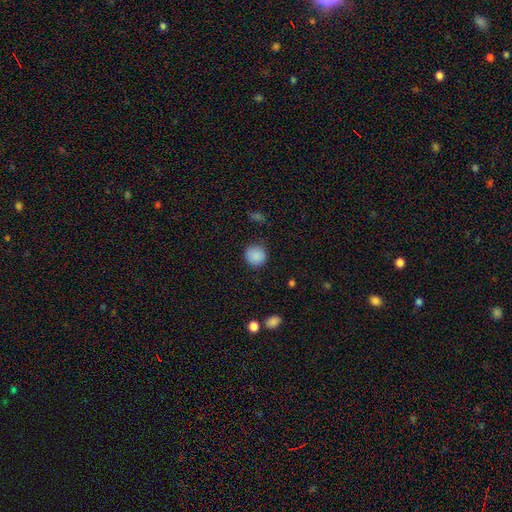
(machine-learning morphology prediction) A smooth galaxy with no disk features (88%) that is round (93%). Merging: none (87%).